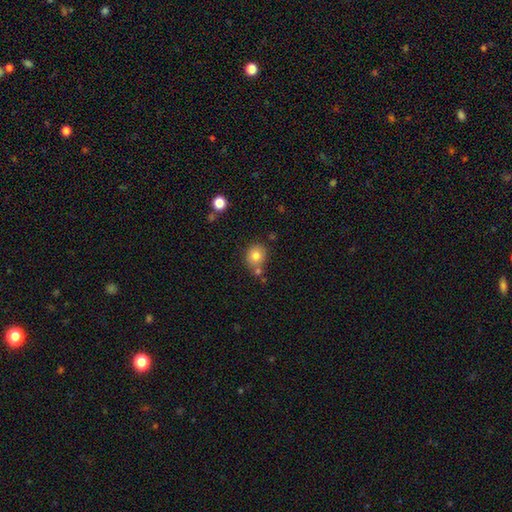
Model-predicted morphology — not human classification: The model was most divided on "merging": none: 69%, merger: 14%, minor disturbance: 13%, major disturbance: 3%. More confident: smooth or featured — smooth (80%); how rounded — round (78%).